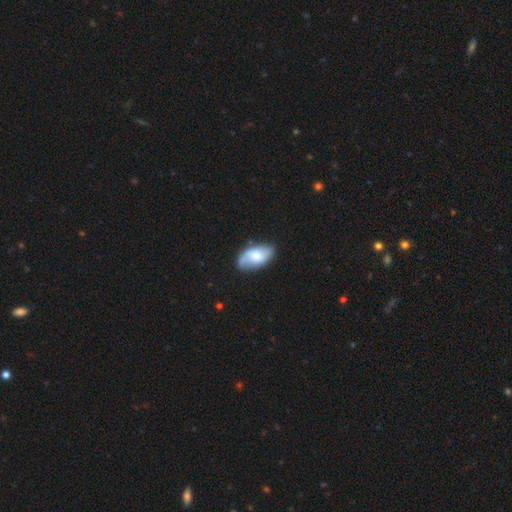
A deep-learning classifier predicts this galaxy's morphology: Smooth or featured?
  - smooth: 49% *
  - featured or disk: 45%
  - star or artifact: 6%
Merging?
  - none: 75% *
  - minor disturbance: 18%
  - major disturbance: 5%
  - merger: 2%